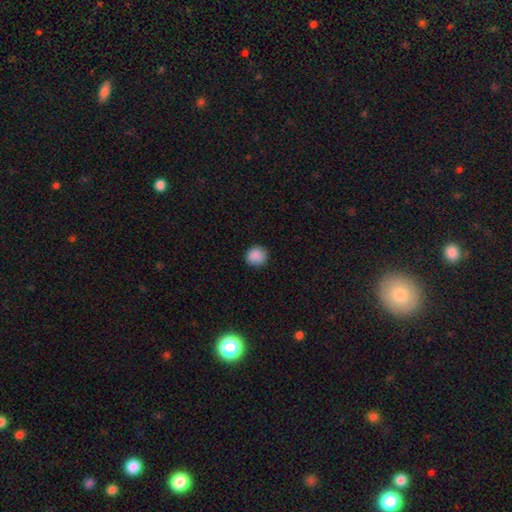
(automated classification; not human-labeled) smooth-or-featured: smooth: 89% | star or artifact: 9% | featured or disk: 3%
  how-rounded: round: 89% | in between: 10% | cigar-shaped: 1%
  merging: none: 88% | minor disturbance: 9% | major disturbance: 2% | merger: 1%